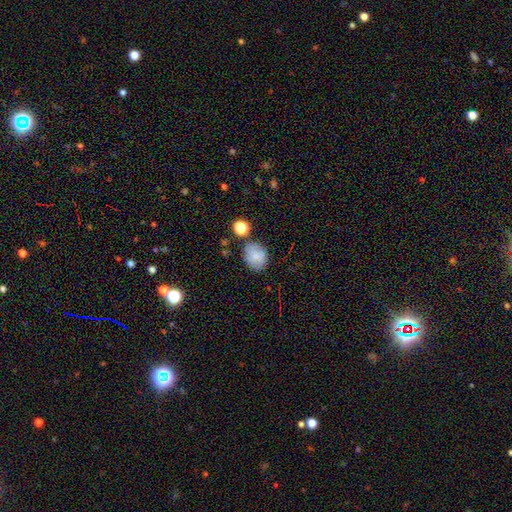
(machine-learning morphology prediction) This appears to be a smooth galaxy with no disk features (80%) that is in between round and cigar-shaped (54%). Merging: none (70%).